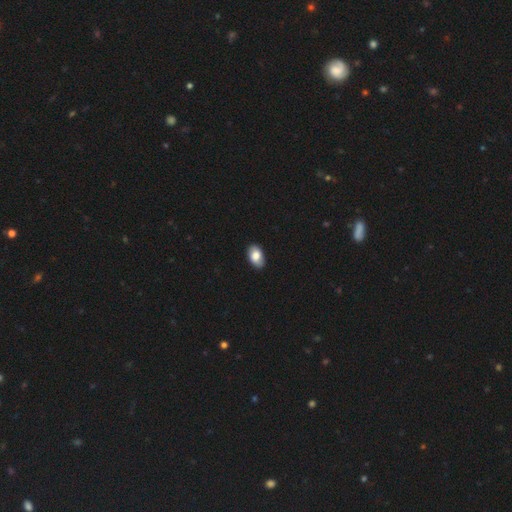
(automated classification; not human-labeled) Smooth or featured? Predicted: smooth (p=0.82). How rounded? Predicted: in between (p=0.92). Merging? Predicted: none (p=0.88).